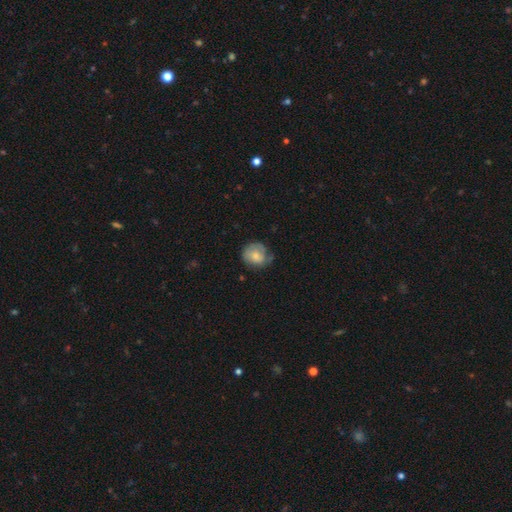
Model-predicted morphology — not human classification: Smooth or featured: smooth — 65% (featured or disk — 28%)
How rounded: round — 74% (in between — 25%)
Merging: none — 52% (minor disturbance — 32%)